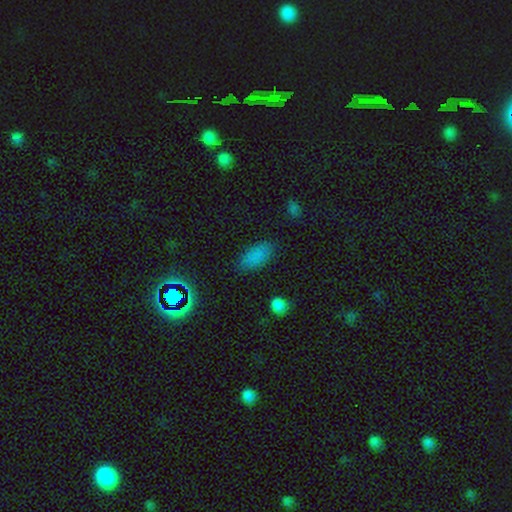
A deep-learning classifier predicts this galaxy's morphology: smooth 80%, star or artifact 14%, featured or disk 6%. Down the decision tree: how rounded — in between (92%); merging — none (83%).